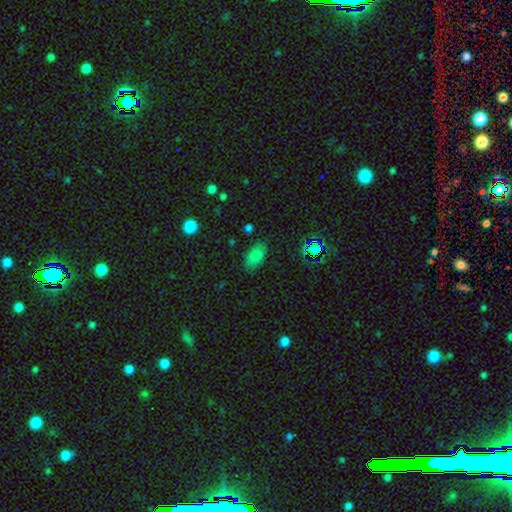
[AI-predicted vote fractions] A smooth galaxy with no disk features (79%) that is in between round and cigar-shaped (91%). Merging: none (80%).